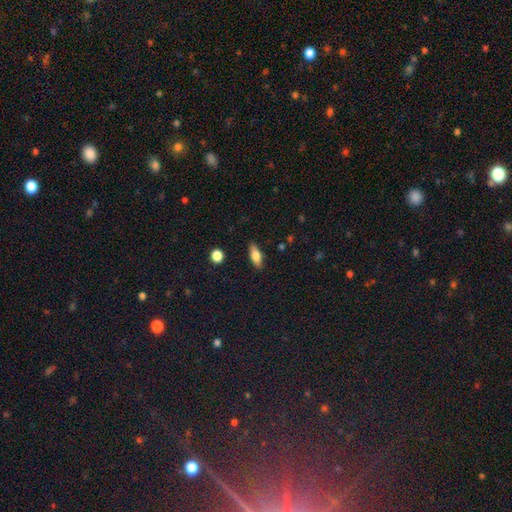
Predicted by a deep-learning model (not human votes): Smooth or featured?
  - smooth: 68% *
  - featured or disk: 24%
  - star or artifact: 7%
How rounded?
  - in between: 68% *
  - cigar-shaped: 28%
  - round: 4%
Merging?
  - none: 87% *
  - minor disturbance: 9%
  - major disturbance: 2%
  - merger: 1%